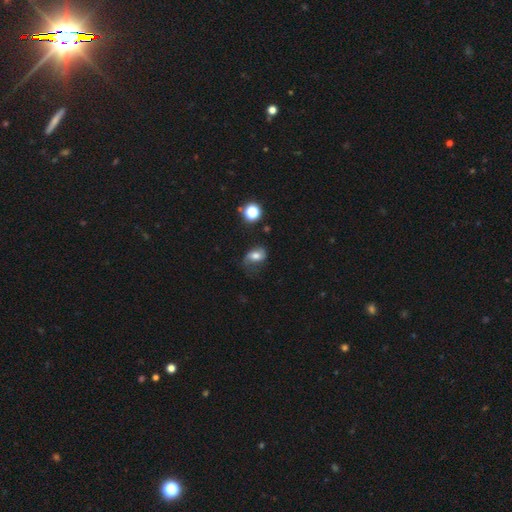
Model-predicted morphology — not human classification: The model was most divided on "merging": none: 44%, minor disturbance: 30%, major disturbance: 23%, merger: 3%. More confident: how rounded — in between (73%); smooth or featured — smooth (57%).